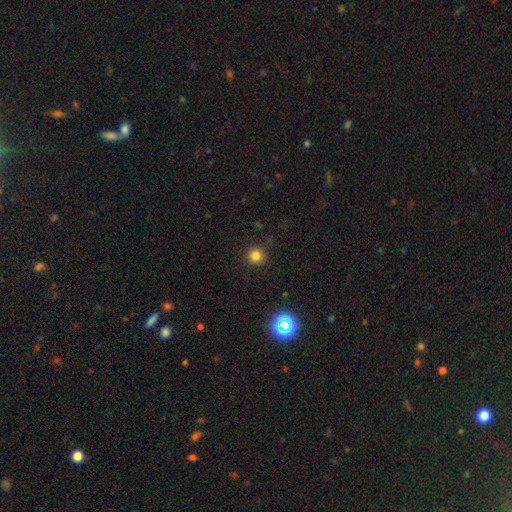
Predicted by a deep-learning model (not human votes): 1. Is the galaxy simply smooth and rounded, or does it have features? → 79% smooth, 16% star or artifact, 5% featured or disk.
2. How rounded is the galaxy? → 94% round, 5% in between, 1% cigar-shaped.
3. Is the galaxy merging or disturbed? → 88% none, 8% minor disturbance, 3% major disturbance, 2% merger.